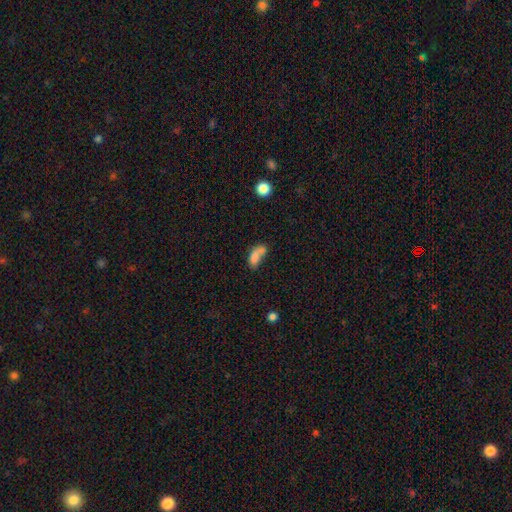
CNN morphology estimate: A smooth galaxy with no disk features (73%) that is in between round and cigar-shaped (82%). Merging: merger (48%).